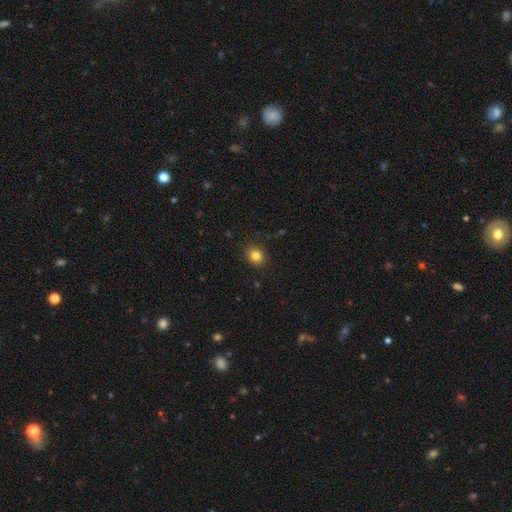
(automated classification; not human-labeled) A smooth galaxy with no disk features (83%) that is round (79%).

Vote fractions:
- Smooth or featured? smooth: 83% / star or artifact: 12% / featured or disk: 6%
- How rounded? round: 79% / in between: 20% / cigar-shaped: 1%
- Merging? none: 89% / minor disturbance: 8% / major disturbance: 2% / merger: 1%